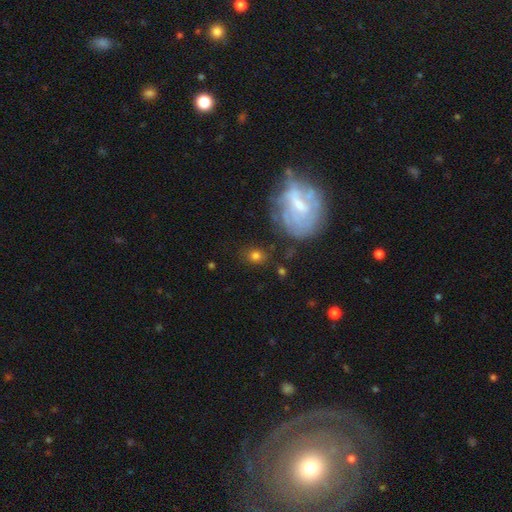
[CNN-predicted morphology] Smooth or featured: smooth — 67% (featured or disk — 19%)
How rounded: round — 65% (in between — 34%)
Merging: none — 78% (minor disturbance — 13%)